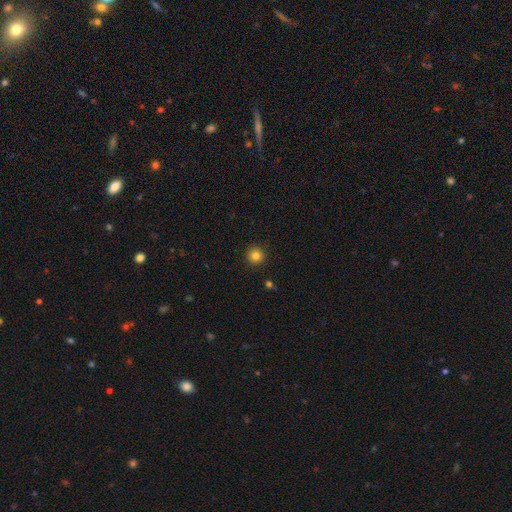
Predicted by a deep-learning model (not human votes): smooth 83%, star or artifact 12%, featured or disk 6%. Down the decision tree: how rounded — round (95%); merging — none (92%).